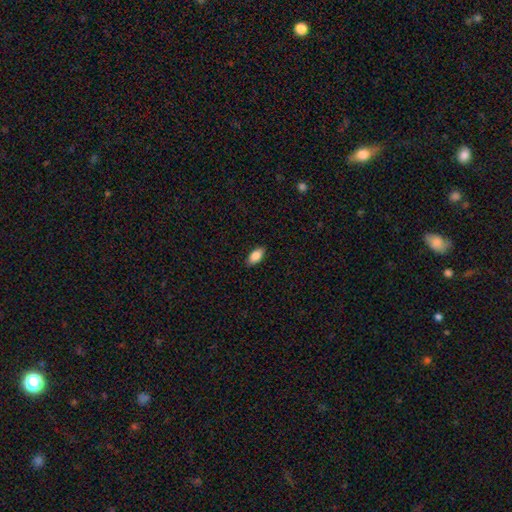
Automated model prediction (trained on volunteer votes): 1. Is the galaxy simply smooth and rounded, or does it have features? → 86% smooth, 8% featured or disk, 7% star or artifact.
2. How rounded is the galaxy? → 90% in between, 7% cigar-shaped, 3% round.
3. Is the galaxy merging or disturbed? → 89% none, 8% minor disturbance, 2% major disturbance, 1% merger.